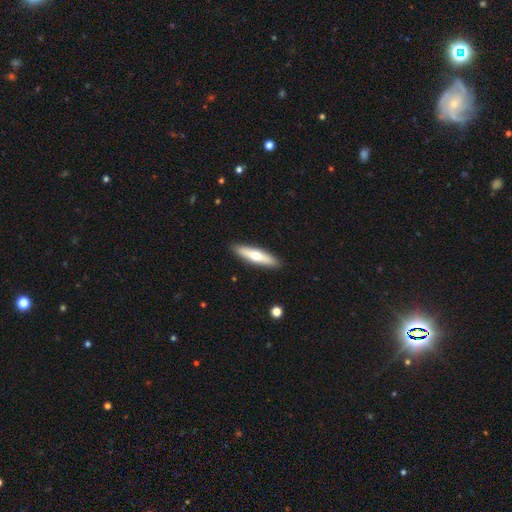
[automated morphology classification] Smooth or featured?
  - smooth: 53% *
  - featured or disk: 42%
  - star or artifact: 5%
How rounded?
  - cigar-shaped: 75% *
  - in between: 23%
  - round: 2%
Merging?
  - none: 90% *
  - minor disturbance: 7%
  - major disturbance: 2%
  - merger: 1%